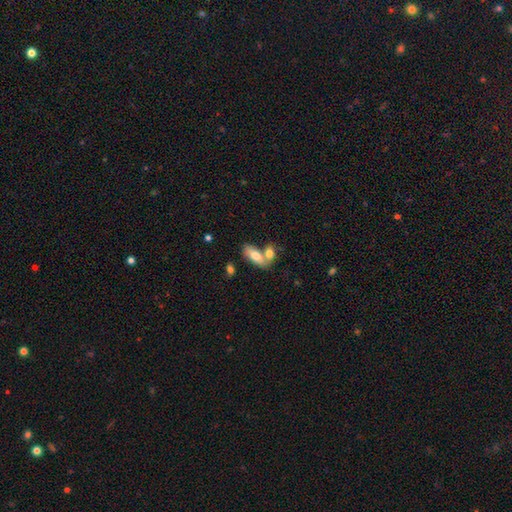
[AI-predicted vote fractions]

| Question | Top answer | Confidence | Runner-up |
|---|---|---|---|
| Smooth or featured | smooth | 73% | featured or disk (21%) |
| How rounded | in between | 85% | cigar-shaped (11%) |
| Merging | merger | 52% | none (35%) |